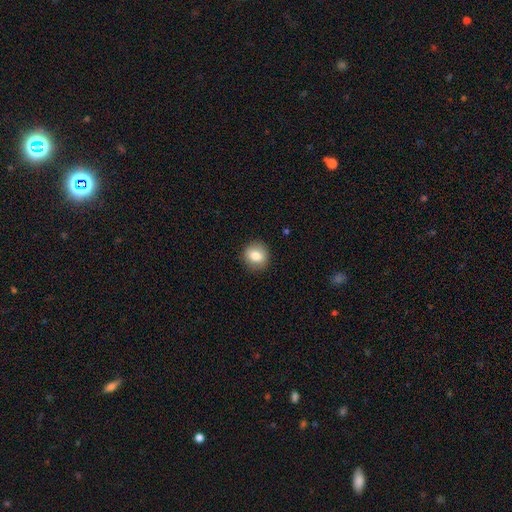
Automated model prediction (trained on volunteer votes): This is likely a smooth galaxy (79%). How rounded: clearly round (84%). Merging: clearly none (89%).